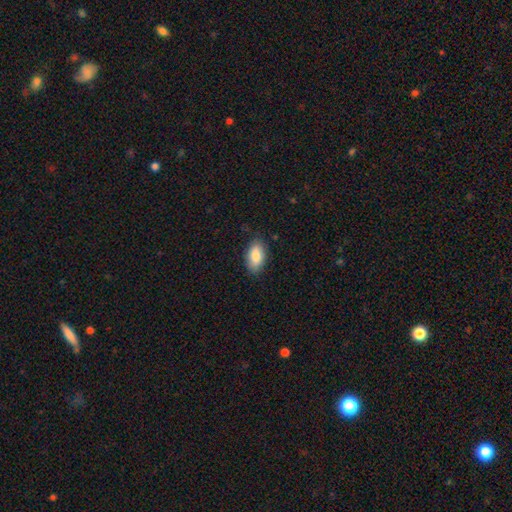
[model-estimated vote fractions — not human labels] The model was most divided on "merging": none: 83%, minor disturbance: 13%, major disturbance: 3%, merger: 1%. More confident: how rounded — in between (93%); smooth or featured — smooth (85%).